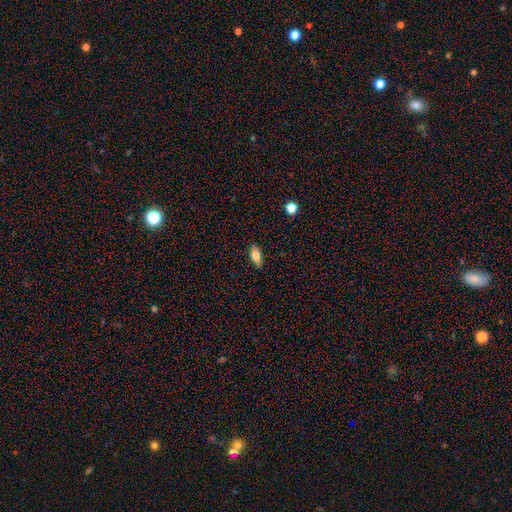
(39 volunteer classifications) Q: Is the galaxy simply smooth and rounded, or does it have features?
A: smooth — 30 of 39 (77%).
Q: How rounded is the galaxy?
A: in between — 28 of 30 (93%).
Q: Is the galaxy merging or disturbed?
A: none — 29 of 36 (81%).